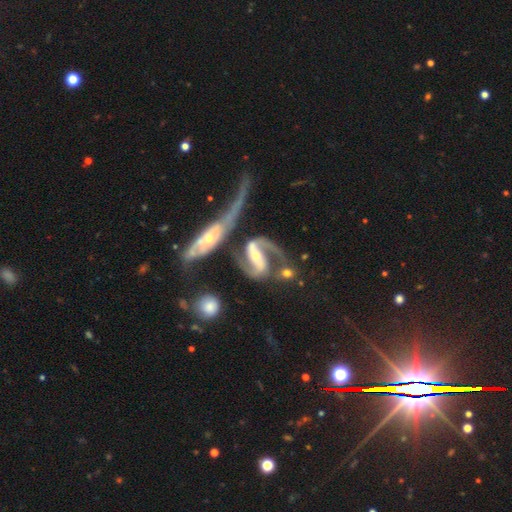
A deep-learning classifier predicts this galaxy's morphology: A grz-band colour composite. It shows a featured or disk galaxy (90%) with a strong bar (59%), 2 (92%) medium (52%) spiral arms (97%) and a moderate central bulge (51%). Merging: none (38%).